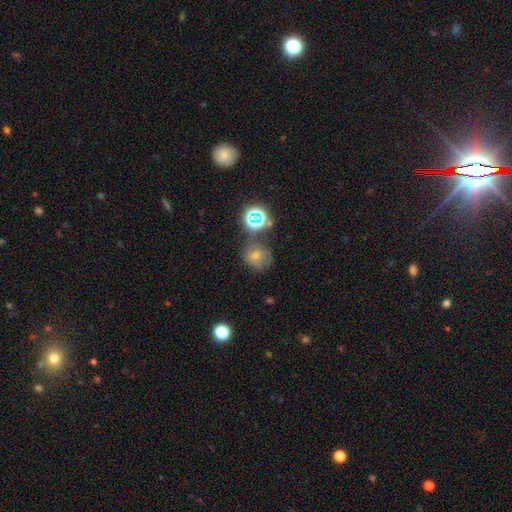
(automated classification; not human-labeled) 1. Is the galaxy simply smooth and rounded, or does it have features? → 58% smooth, 23% star or artifact, 19% featured or disk.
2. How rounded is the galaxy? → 79% round, 20% in between, 1% cigar-shaped.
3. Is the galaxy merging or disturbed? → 52% none, 20% minor disturbance, 17% merger, 11% major disturbance.